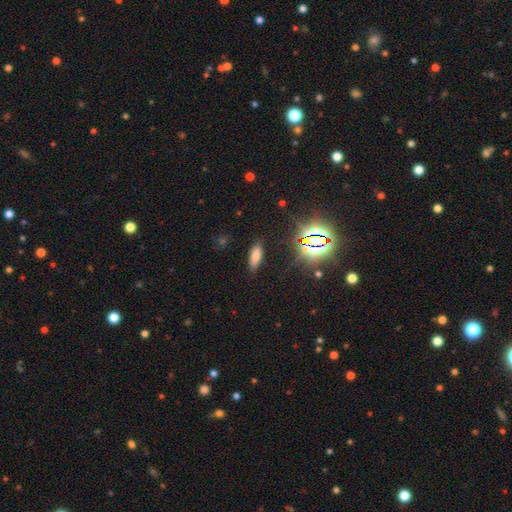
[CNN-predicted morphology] Smooth or featured? Predicted: smooth (p=0.70). How rounded? Predicted: in between (p=0.67). Merging? Predicted: none (p=0.83).